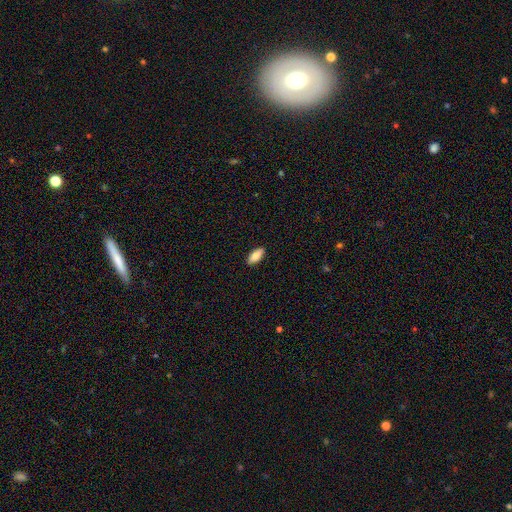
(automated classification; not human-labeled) The model was most divided on "how rounded": in between: 84%, cigar-shaped: 14%, round: 2%. More confident: merging — none (90%); smooth or featured — smooth (86%).